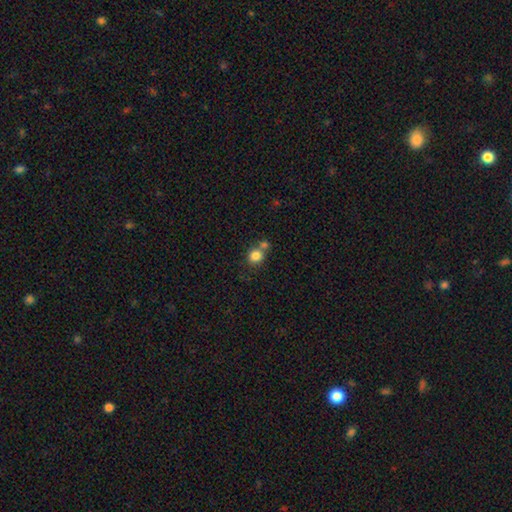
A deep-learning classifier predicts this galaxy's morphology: smooth_or_featured: smooth (p=0.83) [alt: star or artifact p=0.10]
how_rounded: round (p=0.83) [alt: in between p=0.16]
merging: none (p=0.52) [alt: merger p=0.35]